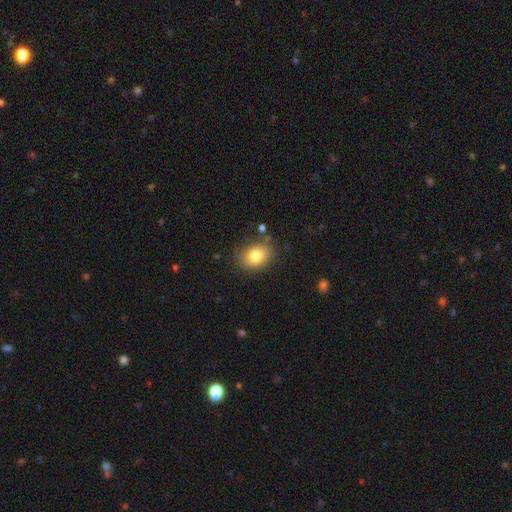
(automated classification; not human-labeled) This is clearly a smooth galaxy (82%). How rounded: likely in between (66%). Merging: likely none (78%).